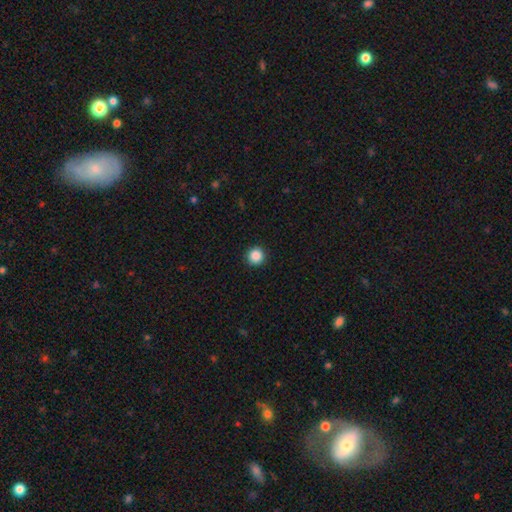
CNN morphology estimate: type=smooth (87%); roundness=round (96%); merging=none (93%).